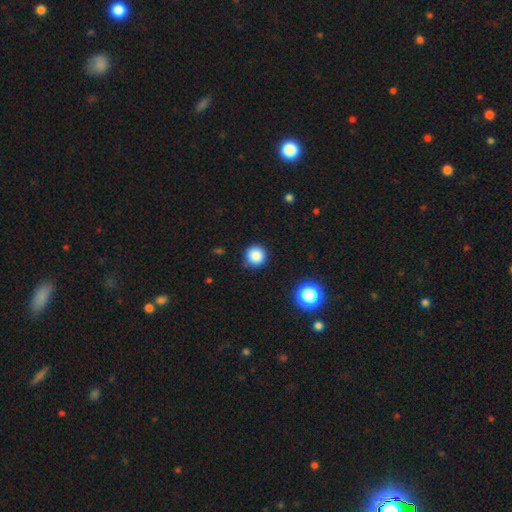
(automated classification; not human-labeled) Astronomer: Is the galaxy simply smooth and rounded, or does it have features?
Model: smooth — 85%.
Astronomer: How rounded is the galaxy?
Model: round — 95%.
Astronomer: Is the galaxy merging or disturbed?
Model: none — 89%.